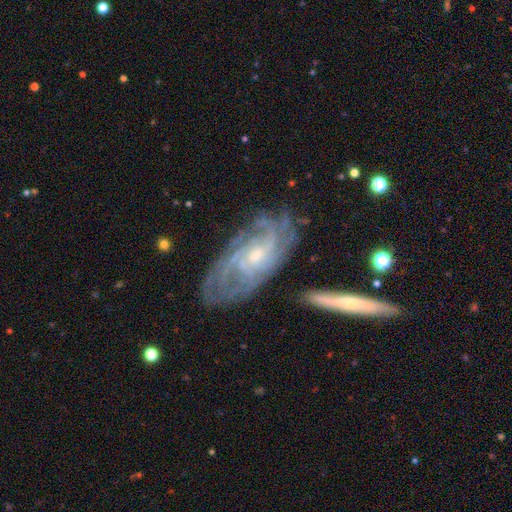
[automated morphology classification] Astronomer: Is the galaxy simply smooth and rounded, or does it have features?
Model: featured or disk — 85%.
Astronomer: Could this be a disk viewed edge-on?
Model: no — 92%.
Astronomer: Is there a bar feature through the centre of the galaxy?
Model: no — 61%.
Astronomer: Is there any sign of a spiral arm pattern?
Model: yes — 95%.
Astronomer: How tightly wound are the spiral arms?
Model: tight — 62%.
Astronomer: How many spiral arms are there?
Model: can't tell — 37% (runner-up: 4, 22%).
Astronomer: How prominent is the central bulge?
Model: small — 66%.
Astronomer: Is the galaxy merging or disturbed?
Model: none — 71%.